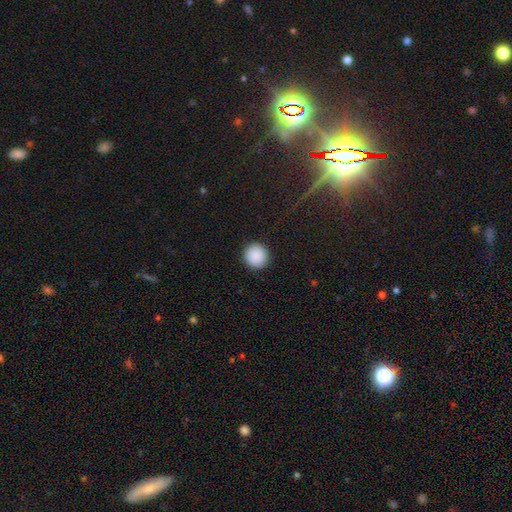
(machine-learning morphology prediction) Smooth or featured?
  - smooth: 90% *
  - star or artifact: 8%
  - featured or disk: 3%
How rounded?
  - round: 95% *
  - in between: 4%
  - cigar-shaped: 1%
Merging?
  - none: 92% *
  - minor disturbance: 5%
  - major disturbance: 2%
  - merger: 1%